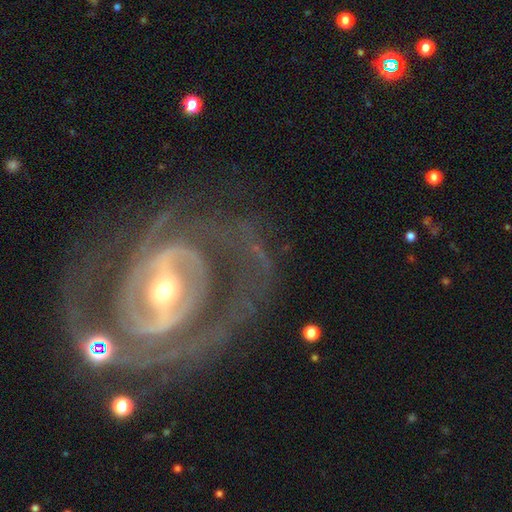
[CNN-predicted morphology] Smooth or featured? Predicted: featured or disk (p=0.88). Edge-on disk? Predicted: no (p=0.96). Bar? Predicted: strong (p=0.53). Spiral arms? Predicted: yes (p=0.84). Spiral winding? Predicted: tight (p=0.51). Spiral arm count? Predicted: 2 (p=0.47). Bulge size? Predicted: moderate (p=0.53). Merging? Predicted: none (p=0.59).